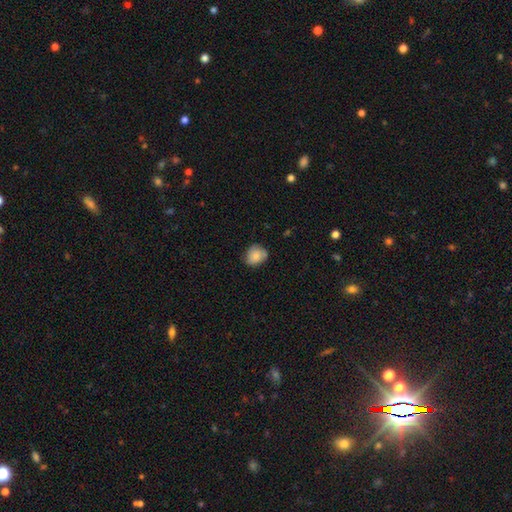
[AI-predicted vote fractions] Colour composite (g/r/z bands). It shows a smooth galaxy with no disk features (83%) that is round (60%). Merging: none (69%).